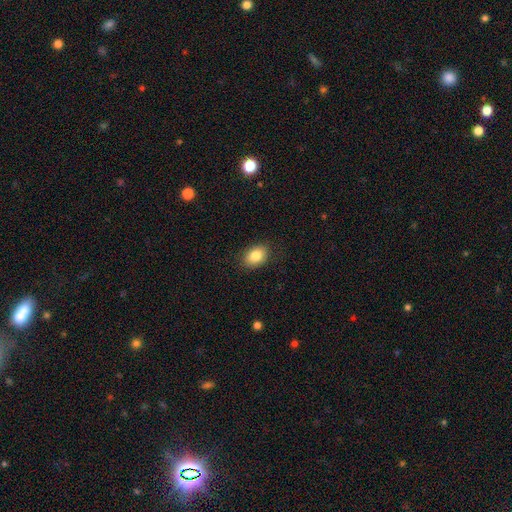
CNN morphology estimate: This is clearly a smooth galaxy (85%). How rounded: clearly in between (81%). Merging: clearly none (86%).